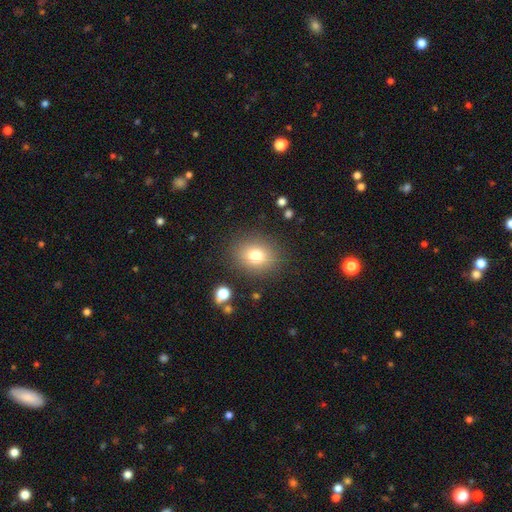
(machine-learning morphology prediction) Smooth or featured?
  - smooth: 77% *
  - star or artifact: 13%
  - featured or disk: 10%
How rounded?
  - round: 61% *
  - in between: 38%
  - cigar-shaped: 1%
Merging?
  - none: 86% *
  - minor disturbance: 9%
  - major disturbance: 4%
  - merger: 2%